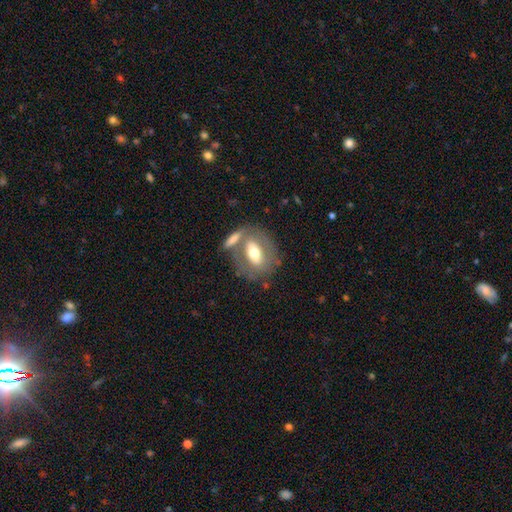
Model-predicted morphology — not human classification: smooth 47%, featured or disk 46%, star or artifact 7%. Down the decision tree: merging — none (50%).